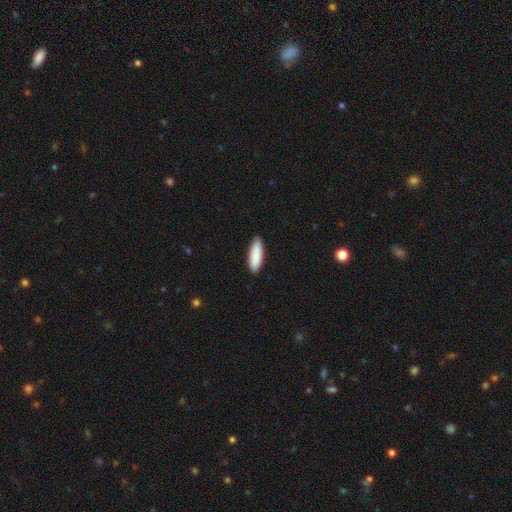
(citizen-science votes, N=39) smooth-or-featured: smooth: 90% | star or artifact: 8% | featured or disk: 3%
  how-rounded: in between: 49% (tied) | cigar-shaped: 49% (tied) | round: 3%
  merging: none: 92% | minor disturbance: 8% | major disturbance: 0% | merger: 0%